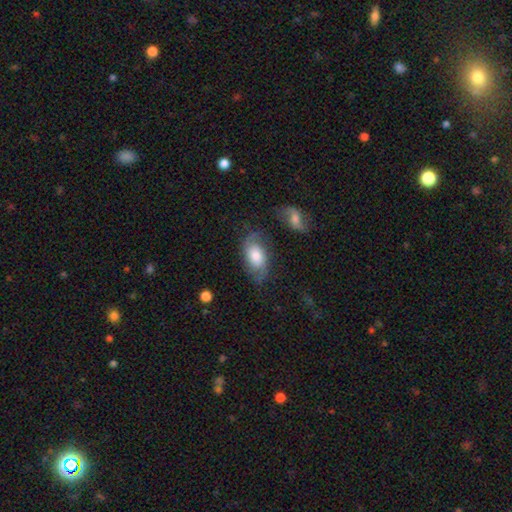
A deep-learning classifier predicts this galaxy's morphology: Smooth or featured? smooth (49%)
Merging? none (60%)